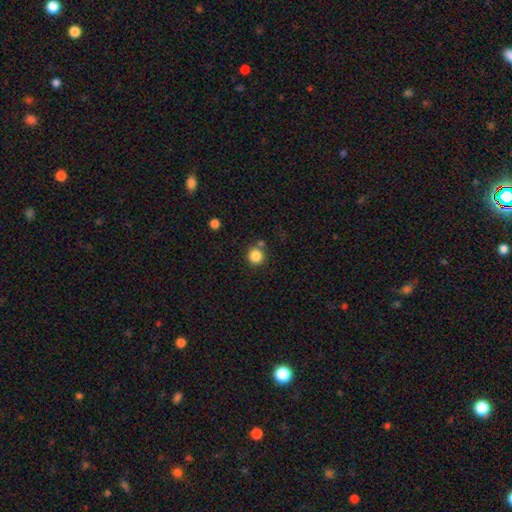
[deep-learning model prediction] Smooth or featured: smooth — 84% (star or artifact — 11%)
How rounded: round — 94% (in between — 5%)
Merging: none — 78% (merger — 10%)